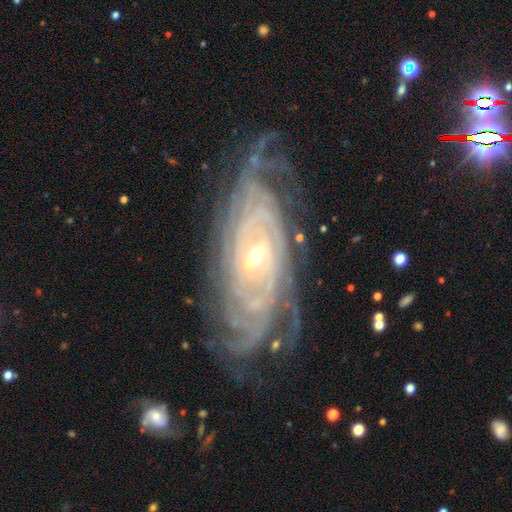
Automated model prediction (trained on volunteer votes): A featured or disk galaxy (91%) with no bar (42%), more than 4 (26%) tight (81%) spiral arms (98%) and a small central bulge (69%).

Vote fractions:
- Smooth or featured? featured or disk: 91% / star or artifact: 5% / smooth: 4%
- Edge-on disk? no: 94% / yes: 6%
- Bar? no: 42% / weak: 38% / strong: 20%
- Spiral arms? yes: 98% / no: 2%
- Spiral winding? tight: 81% / medium: 16% / loose: 3%
- Spiral arm count? more than 4: 26% / can't tell: 25% / 4: 21% / 3: 11% / 2: 10% / 1: 7%
- Bulge size? small: 69% / moderate: 28% / large: 2% / none: 1% / dominant: 1%
- Merging? none: 75% / minor disturbance: 17% / major disturbance: 6% / merger: 2%